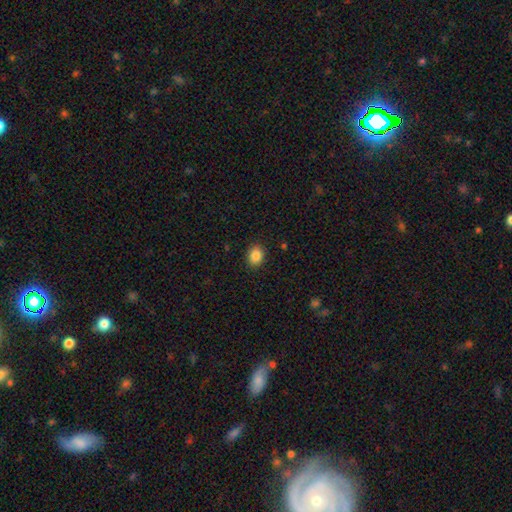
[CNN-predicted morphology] A smooth galaxy with no disk features (87%) that is in between round and cigar-shaped (53%). Merging: none (90%).